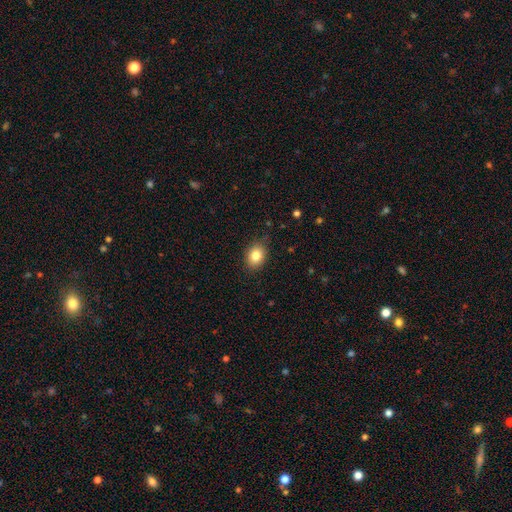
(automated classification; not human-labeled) This appears to be a smooth galaxy with no disk features (84%) that is in between round and cigar-shaped (64%). Merging: none (86%).